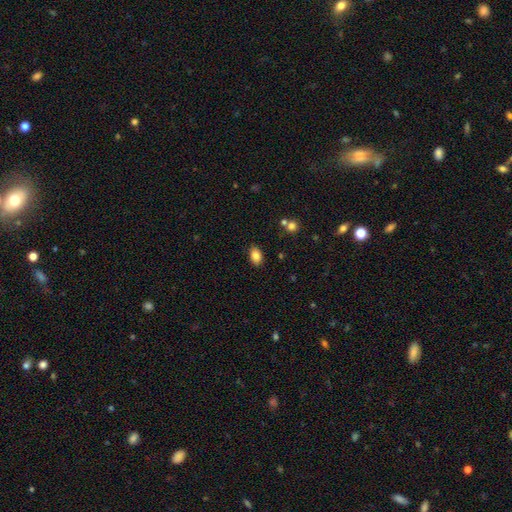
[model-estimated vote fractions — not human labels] Smooth or featured?
  - smooth: 85% *
  - star or artifact: 9%
  - featured or disk: 6%
How rounded?
  - in between: 87% *
  - round: 12%
  - cigar-shaped: 1%
Merging?
  - none: 86% *
  - minor disturbance: 10%
  - major disturbance: 2%
  - merger: 2%